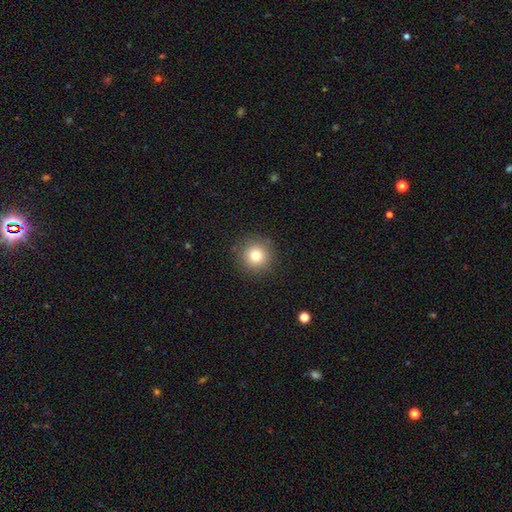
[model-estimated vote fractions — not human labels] Smooth or featured? smooth (79%)
How rounded? round (95%)
Merging? none (90%)